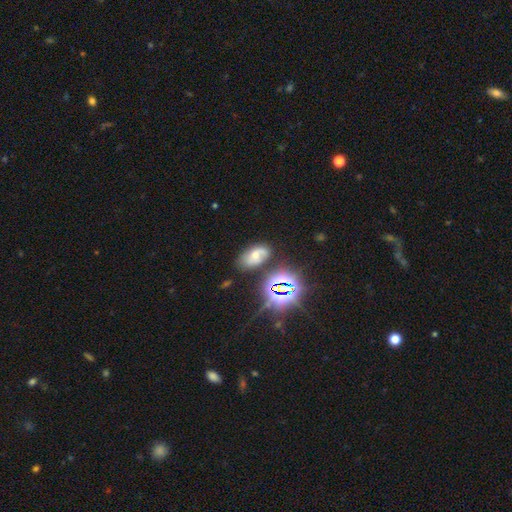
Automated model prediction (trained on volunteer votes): A featured or disk galaxy (37%).

Vote fractions:
- Smooth or featured? featured or disk: 37% / smooth: 36% / star or artifact: 27%
- Merging? none: 61% / minor disturbance: 22% / major disturbance: 9% / merger: 8%